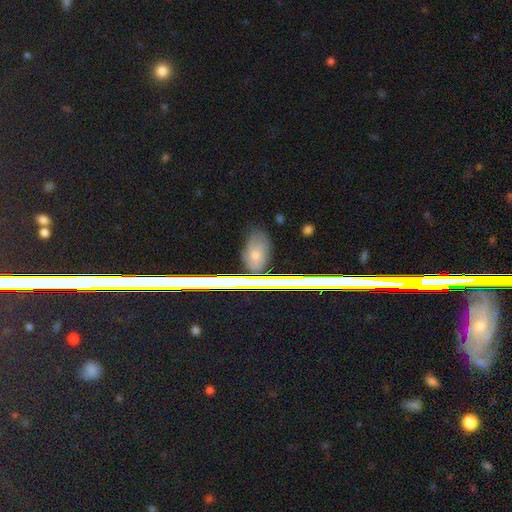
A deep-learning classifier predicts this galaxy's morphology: Smooth or featured?
  - smooth: 53% *
  - star or artifact: 24%
  - featured or disk: 23%
How rounded?
  - in between: 75% *
  - round: 15%
  - cigar-shaped: 10%
Merging?
  - none: 73% *
  - minor disturbance: 17%
  - major disturbance: 5%
  - merger: 5%